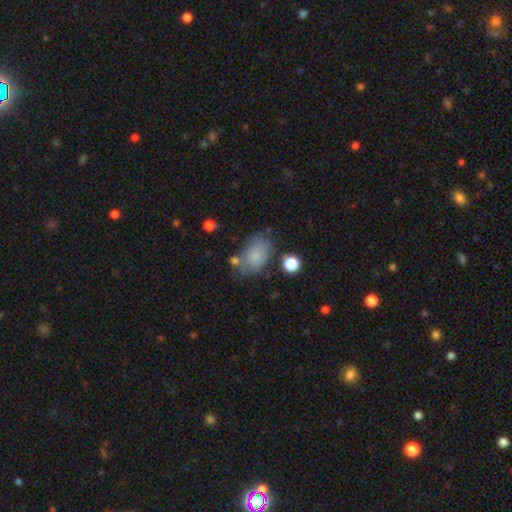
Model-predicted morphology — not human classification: Smooth or featured?
  - smooth: 73% *
  - featured or disk: 16%
  - star or artifact: 11%
How rounded?
  - in between: 82% *
  - round: 17%
  - cigar-shaped: 1%
Merging?
  - none: 50% *
  - minor disturbance: 27%
  - major disturbance: 14%
  - merger: 9%